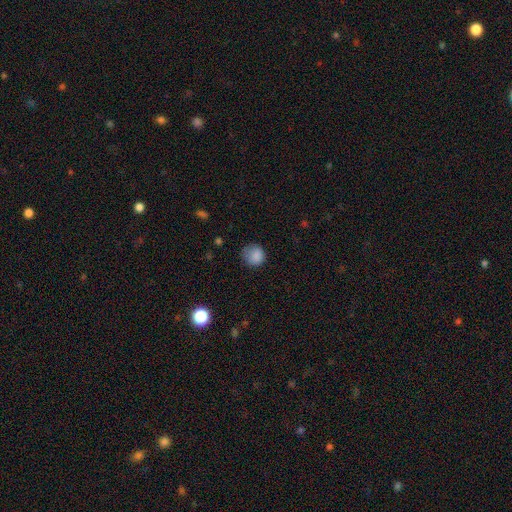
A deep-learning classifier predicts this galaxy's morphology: Smooth or featured? smooth (85%)
How rounded? round (85%)
Merging? none (69%)